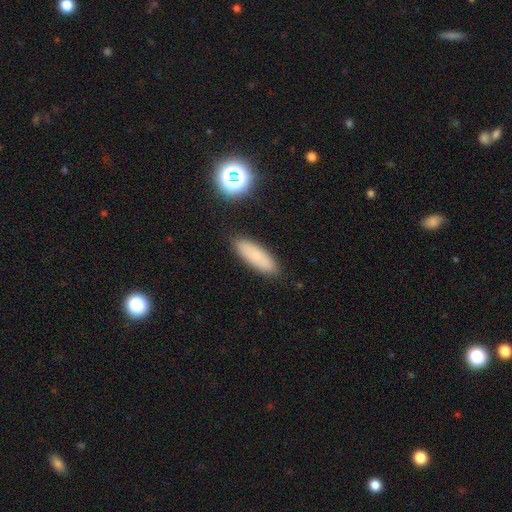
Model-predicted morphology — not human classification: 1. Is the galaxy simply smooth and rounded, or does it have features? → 80% smooth, 10% star or artifact, 10% featured or disk.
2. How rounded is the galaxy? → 50% in between, 48% cigar-shaped, 3% round.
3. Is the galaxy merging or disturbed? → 88% none, 8% minor disturbance, 2% major disturbance, 2% merger.